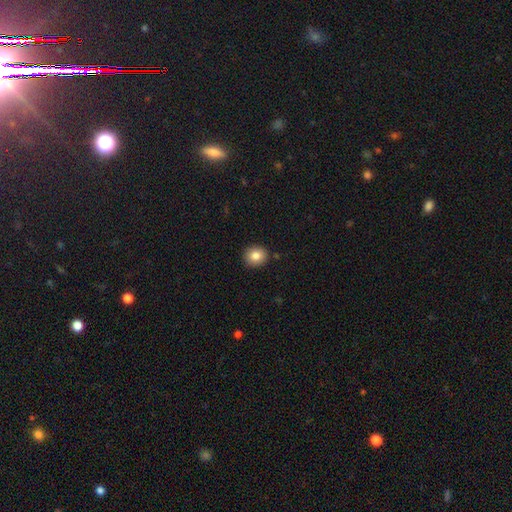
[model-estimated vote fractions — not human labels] Smooth or featured: smooth — 84% (star or artifact — 9%)
How rounded: round — 84% (in between — 15%)
Merging: none — 90% (minor disturbance — 7%)